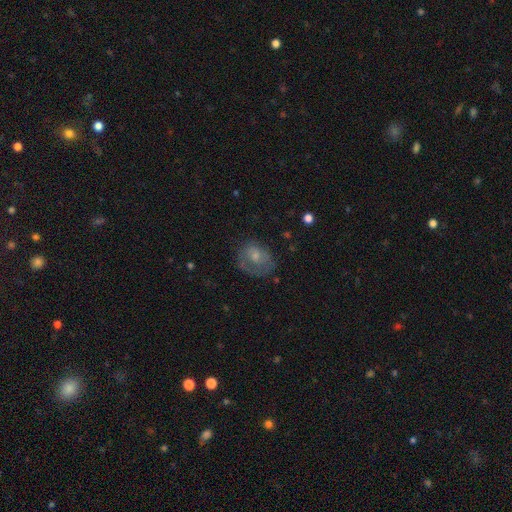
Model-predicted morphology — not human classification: Smooth or featured? Predicted: smooth (p=0.46). Merging? Predicted: none (p=0.51).